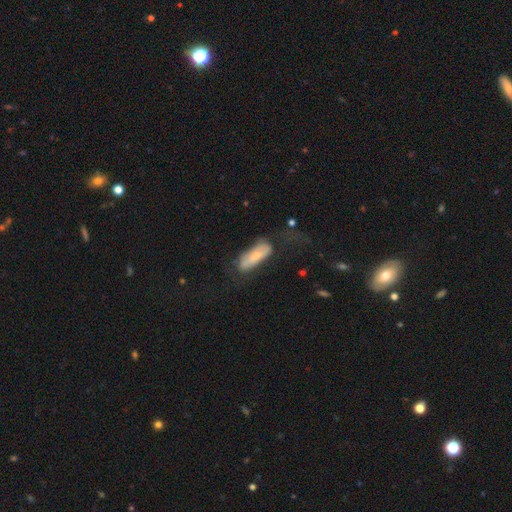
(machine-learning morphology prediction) Smooth or featured? Predicted: smooth (p=0.60). How rounded? Predicted: in between (p=0.64). Merging? Predicted: none (p=0.51).